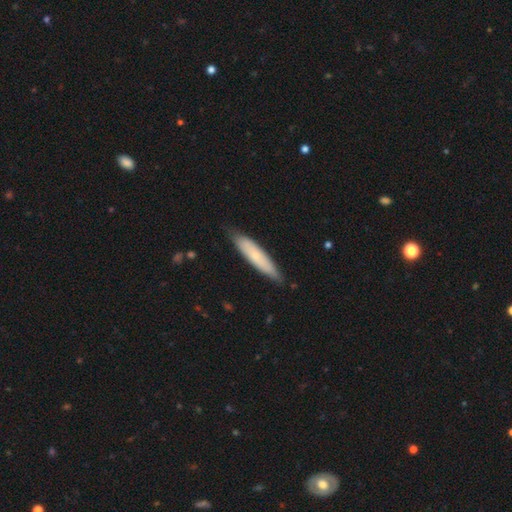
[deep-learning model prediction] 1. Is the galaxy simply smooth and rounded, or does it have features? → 62% smooth, 32% featured or disk, 6% star or artifact.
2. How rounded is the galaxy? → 80% cigar-shaped, 18% in between, 1% round.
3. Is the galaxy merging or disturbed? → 81% none, 16% minor disturbance, 2% major disturbance, 1% merger.